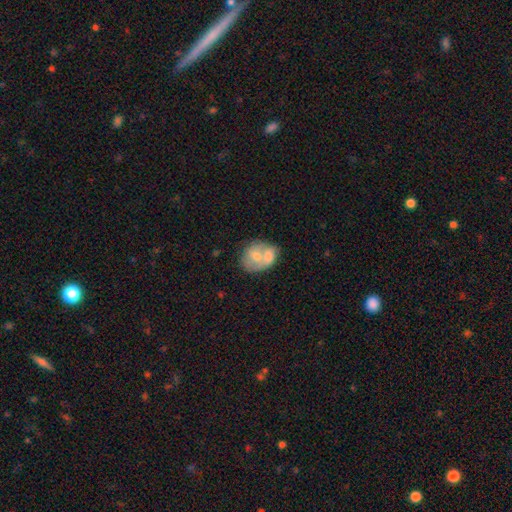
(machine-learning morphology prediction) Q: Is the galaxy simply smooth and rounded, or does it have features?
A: smooth — 60%.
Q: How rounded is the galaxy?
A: round — 54%.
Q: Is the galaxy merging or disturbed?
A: merger — 68%.